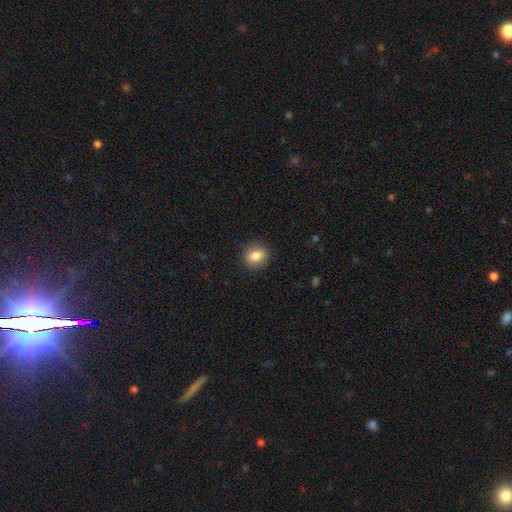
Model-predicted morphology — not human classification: smooth-or-featured: smooth: 82% | featured or disk: 9% | star or artifact: 9%
  how-rounded: round: 71% | in between: 28% | cigar-shaped: 1%
  merging: none: 88% | minor disturbance: 8% | major disturbance: 2% | merger: 1%